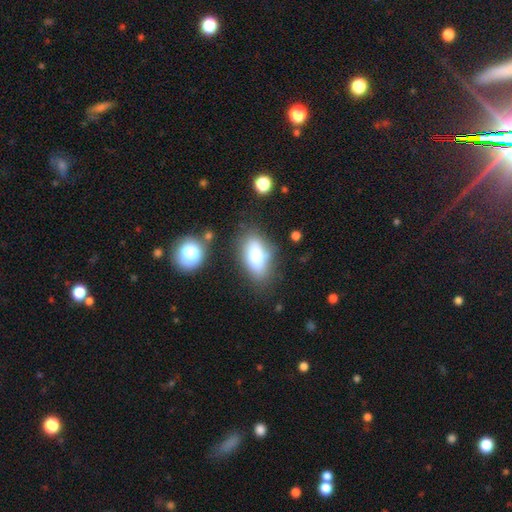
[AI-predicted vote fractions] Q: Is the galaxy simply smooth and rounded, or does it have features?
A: smooth — 72%.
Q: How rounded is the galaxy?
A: in between — 84%.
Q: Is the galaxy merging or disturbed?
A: none — 72%.